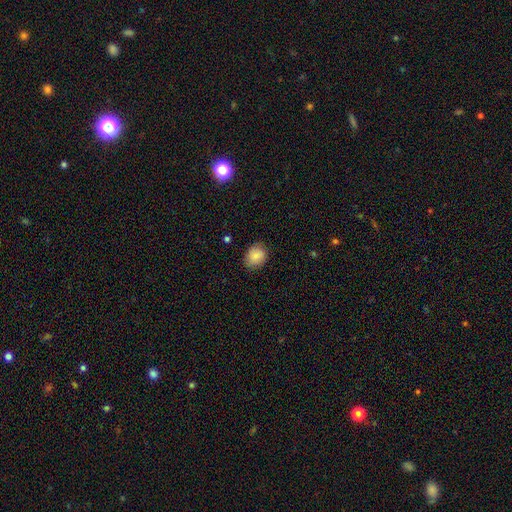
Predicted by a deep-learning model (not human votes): A smooth galaxy with no disk features (84%) that is round (51%).

Vote fractions:
- Smooth or featured? smooth: 84% / star or artifact: 8% / featured or disk: 8%
- How rounded? round: 51% / in between: 48% / cigar-shaped: 1%
- Merging? none: 82% / minor disturbance: 14% / major disturbance: 3% / merger: 1%